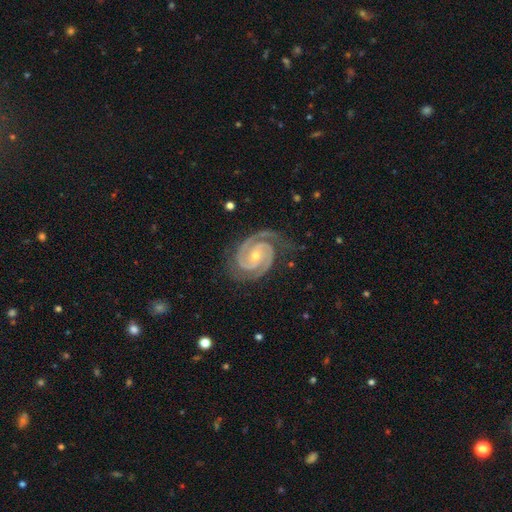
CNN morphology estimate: The model was most divided on "bulge size": small: 62%, moderate: 35%, none: 1%, large: 1%, dominant: 1%. More confident: spiral arms — yes (99%); edge-on disk — no (98%); smooth or featured — featured or disk (94%); spiral arm count — 2 (87%); merging — none (78%); spiral winding — tight (73%); bar — no (58%).